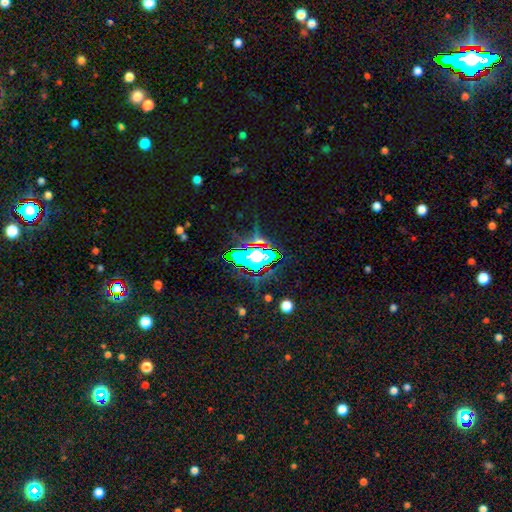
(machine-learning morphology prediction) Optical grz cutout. It shows a star or artifact, not a galaxy (50%).